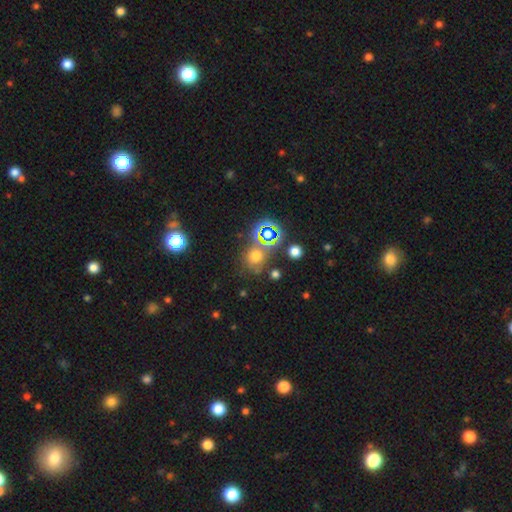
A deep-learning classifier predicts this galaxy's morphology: smooth 57%, star or artifact 33%, featured or disk 10%. Down the decision tree: how rounded — round (79%); merging — none (66%).